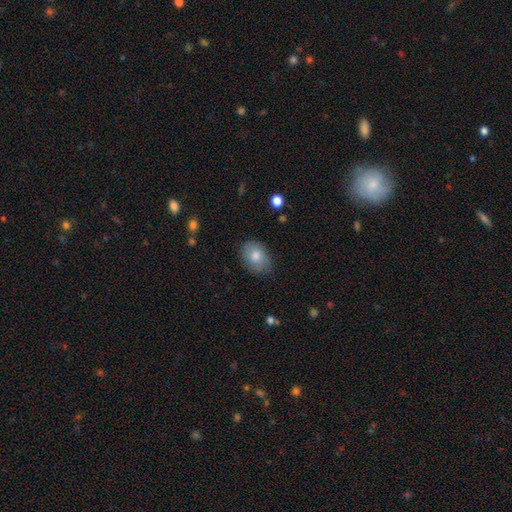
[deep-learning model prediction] Q: Smooth or featured?
A: smooth (79%); runner-up: featured or disk (13%)
Q: How rounded?
A: in between (77%); runner-up: round (22%)
Q: Merging?
A: none (80%); runner-up: minor disturbance (16%)